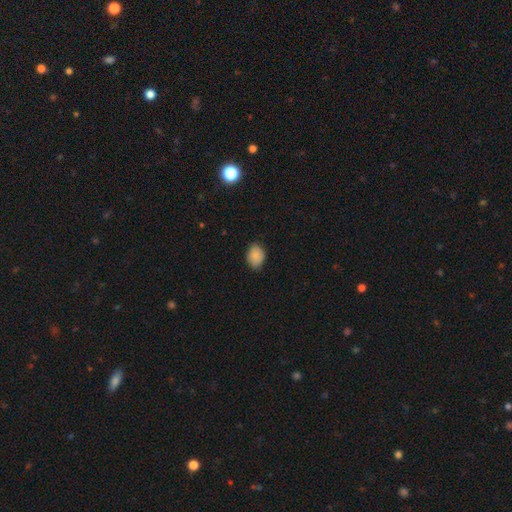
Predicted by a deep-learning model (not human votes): smooth 87%, star or artifact 8%, featured or disk 5%. Down the decision tree: how rounded — in between (72%); merging — none (78%).